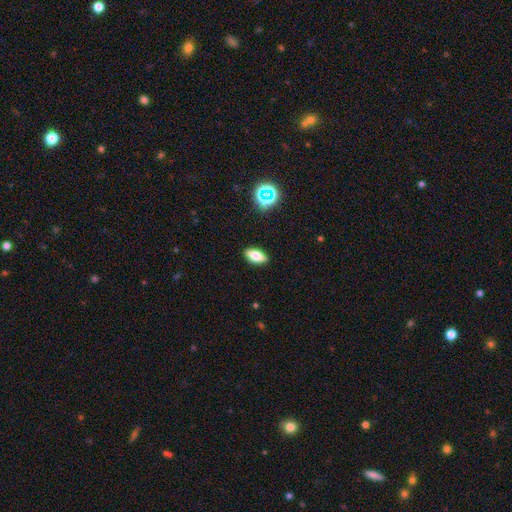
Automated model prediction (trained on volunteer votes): Smooth or featured? smooth (69%)
How rounded? in between (80%)
Merging? none (89%)